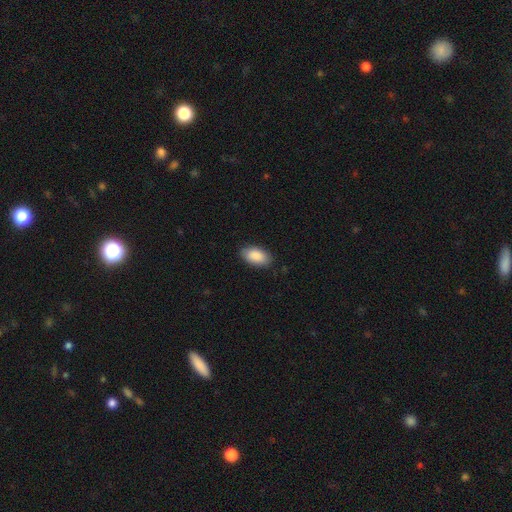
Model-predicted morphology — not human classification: smooth 90%, star or artifact 6%, featured or disk 4%. Down the decision tree: how rounded — in between (95%); merging — none (86%).